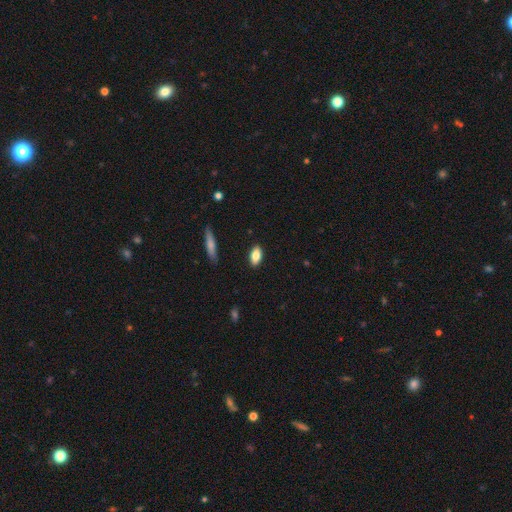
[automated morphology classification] This is clearly a smooth galaxy (83%). How rounded: clearly in between (88%). Merging: clearly none (88%).